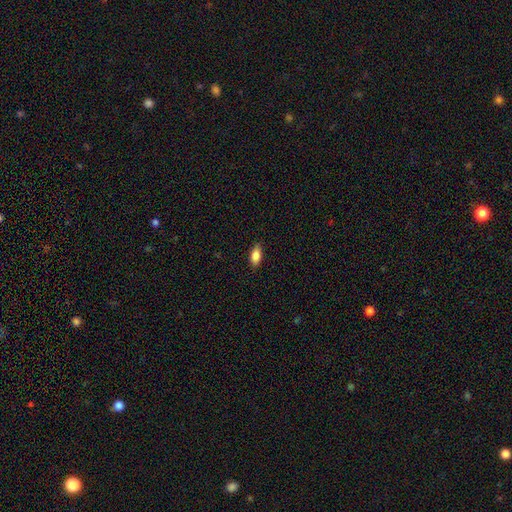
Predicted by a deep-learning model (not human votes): This is clearly a smooth galaxy (85%). How rounded: clearly in between (86%). Merging: clearly none (86%).